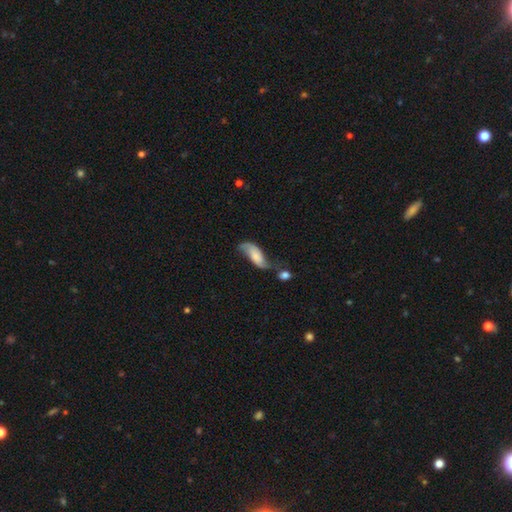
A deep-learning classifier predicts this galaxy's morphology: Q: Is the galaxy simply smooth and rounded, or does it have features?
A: featured or disk — 53%.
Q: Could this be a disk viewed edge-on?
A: no — 90%.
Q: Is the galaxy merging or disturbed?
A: none — 37%.